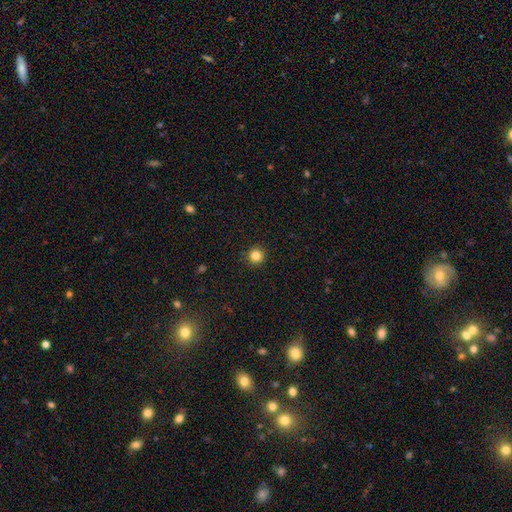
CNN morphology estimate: smooth_or_featured: smooth (p=0.84) [alt: star or artifact p=0.12]
how_rounded: round (p=0.96) [alt: in between p=0.03]
merging: none (p=0.93) [alt: minor disturbance p=0.04]